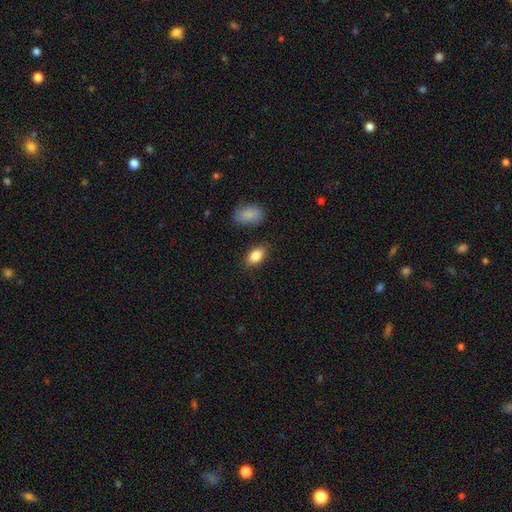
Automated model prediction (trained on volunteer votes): This is clearly a smooth galaxy (85%). How rounded: clearly in between (90%). Merging: clearly none (85%).